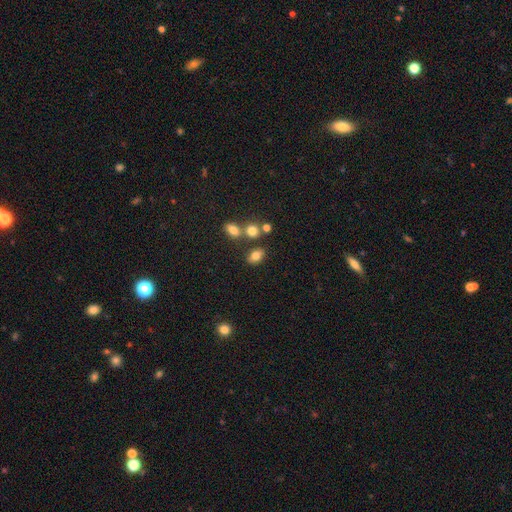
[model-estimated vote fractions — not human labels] smooth 80%, star or artifact 11%, featured or disk 9%. Down the decision tree: how rounded — in between (80%); merging — none (69%).